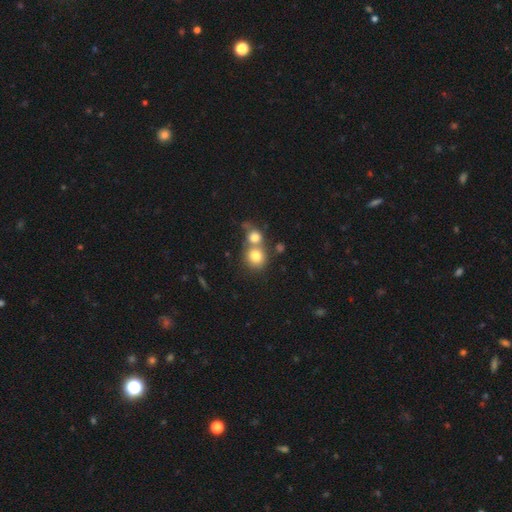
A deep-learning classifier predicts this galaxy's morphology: The model was most divided on "merging": merger: 49%, none: 42%, minor disturbance: 7%, major disturbance: 3%. More confident: how rounded — round (85%); smooth or featured — smooth (78%).